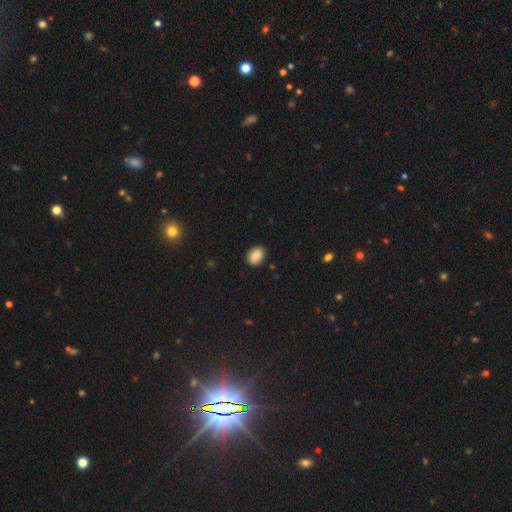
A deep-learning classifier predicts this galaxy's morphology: Smooth or featured? smooth (88%)
How rounded? in between (61%)
Merging? none (84%)